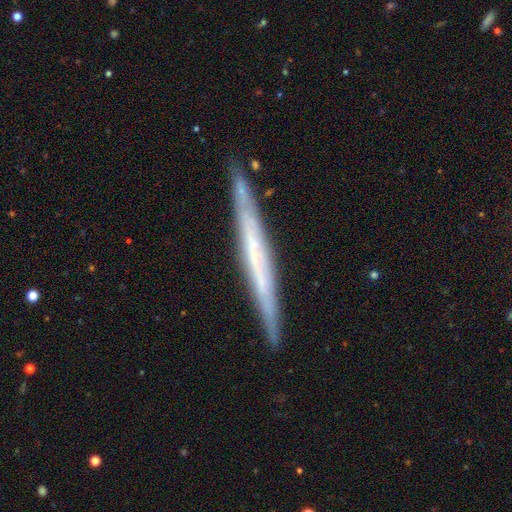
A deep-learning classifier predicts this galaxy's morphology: This appears to be a featured or disk galaxy (65%) viewed edge-on (94%) with no central bulge (81%). Merging: none (88%).